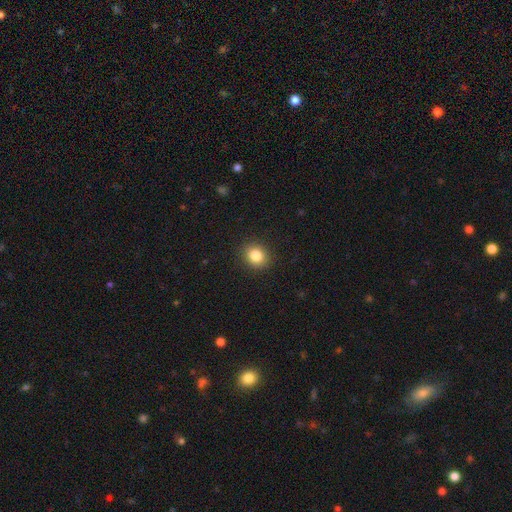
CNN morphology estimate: type=smooth (85%); roundness=round (73%); merging=none (90%).